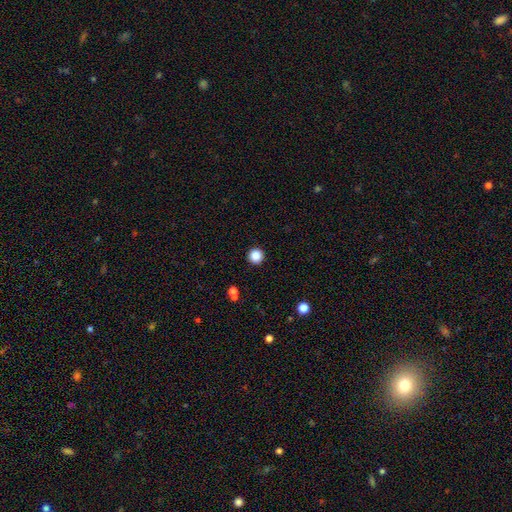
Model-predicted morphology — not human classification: Overall: smooth (86%). How rounded: round (96%). Merging: none (93%).